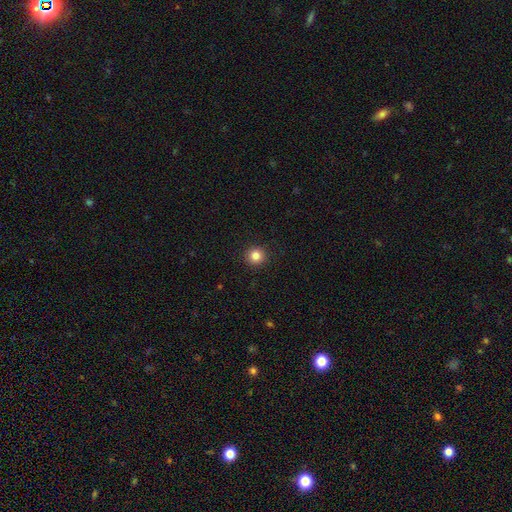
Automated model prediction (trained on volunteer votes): smooth 83%, star or artifact 11%, featured or disk 5%. Down the decision tree: how rounded — round (94%); merging — none (93%).